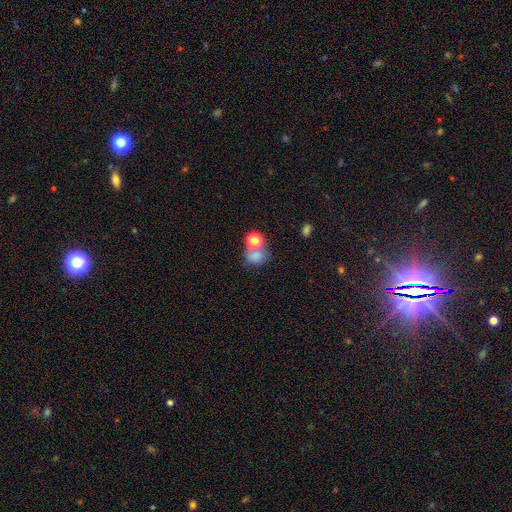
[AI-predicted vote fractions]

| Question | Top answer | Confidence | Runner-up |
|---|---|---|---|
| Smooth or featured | smooth | 74% | star or artifact (16%) |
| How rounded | round | 55% | in between (43%) |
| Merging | none | 42% | merger (38%) |